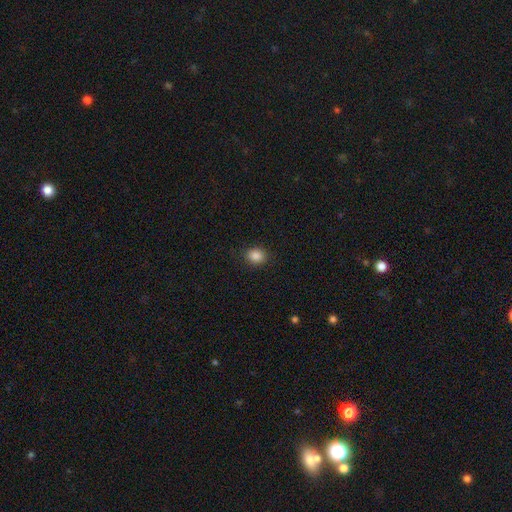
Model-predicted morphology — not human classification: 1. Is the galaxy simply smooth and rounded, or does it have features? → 86% smooth, 10% star or artifact, 4% featured or disk.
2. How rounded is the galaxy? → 52% round, 47% in between, 1% cigar-shaped.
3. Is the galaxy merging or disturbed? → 88% none, 8% minor disturbance, 2% major disturbance, 1% merger.